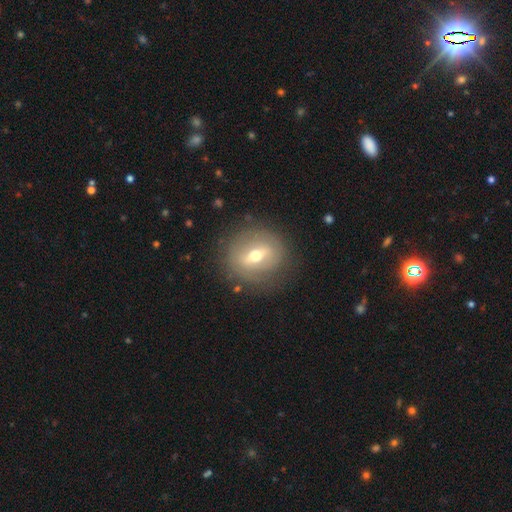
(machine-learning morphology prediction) A featured or disk galaxy (57%).

Vote fractions:
- Smooth or featured? featured or disk: 57% / smooth: 34% / star or artifact: 9%
- Edge-on disk? no: 83% / yes: 17%
- Merging? none: 81% / minor disturbance: 12% / major disturbance: 6% / merger: 2%